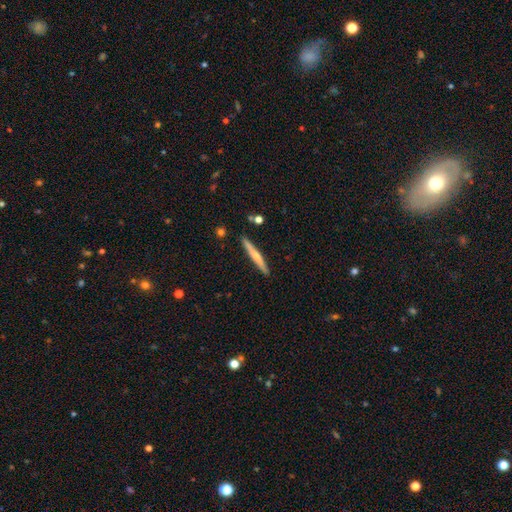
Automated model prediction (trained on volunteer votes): Smooth or featured? smooth (51%)
How rounded? cigar-shaped (95%)
Merging? none (89%)